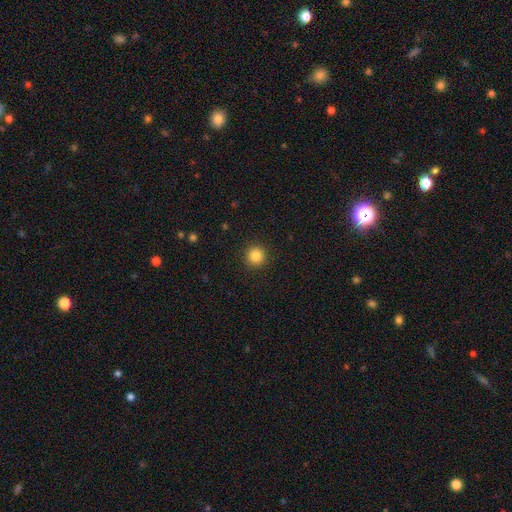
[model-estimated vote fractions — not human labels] This appears to be a smooth galaxy with no disk features (84%) that is round (95%). Merging: none (92%).